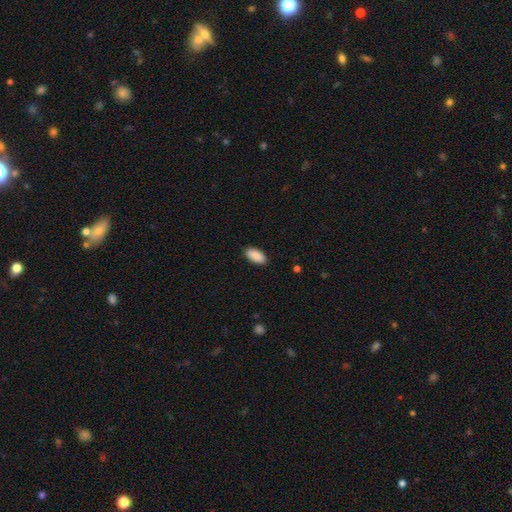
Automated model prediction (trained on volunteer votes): Smooth or featured? Predicted: smooth (p=0.91). How rounded? Predicted: in between (p=0.94). Merging? Predicted: none (p=0.89).